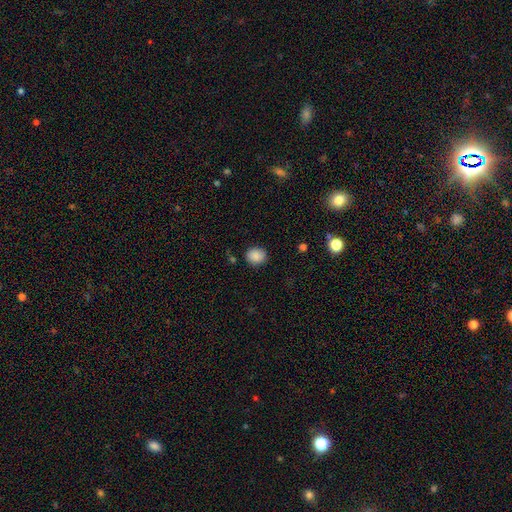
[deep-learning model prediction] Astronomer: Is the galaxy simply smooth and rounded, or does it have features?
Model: smooth — 86%.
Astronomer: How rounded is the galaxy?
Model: round — 71%.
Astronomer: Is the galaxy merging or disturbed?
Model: none — 82%.